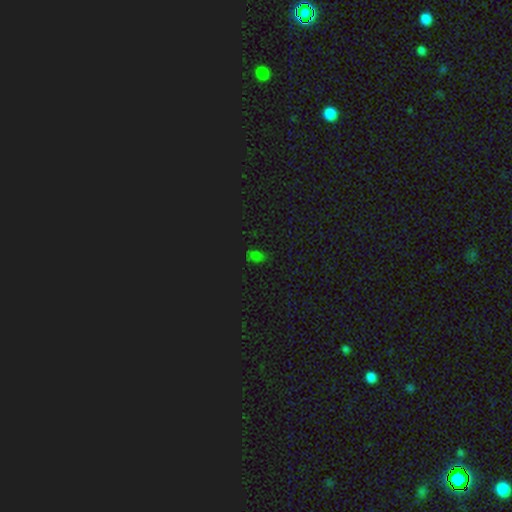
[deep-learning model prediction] This is possibly a smooth galaxy (48%). Merging: likely none (75%).